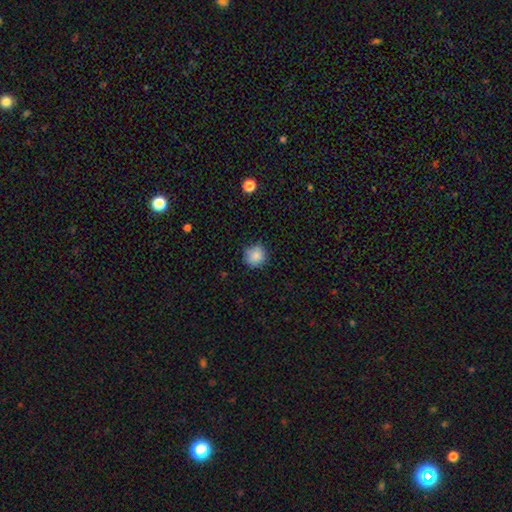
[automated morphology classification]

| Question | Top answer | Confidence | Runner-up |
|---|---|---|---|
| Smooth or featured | smooth | 85% | star or artifact (10%) |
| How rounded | round | 89% | in between (10%) |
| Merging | none | 81% | minor disturbance (15%) |